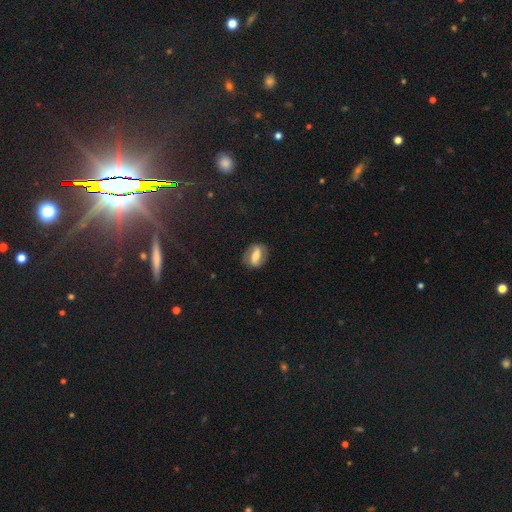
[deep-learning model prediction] Overall: featured or disk (51%; smooth 40%). Edge-on disk: no (88%). Merging: none (80%).